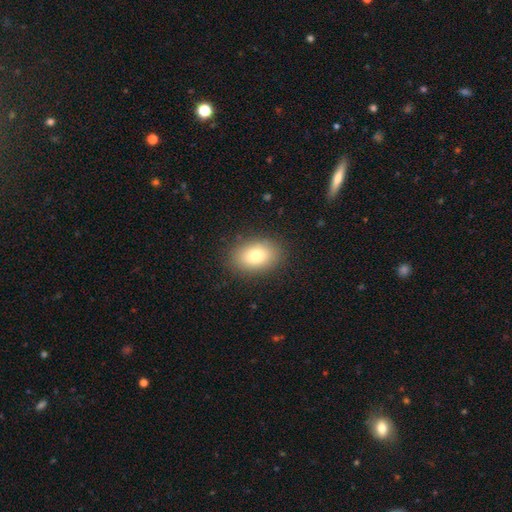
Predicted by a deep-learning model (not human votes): smooth_or_featured: smooth (p=0.80) [alt: featured or disk p=0.11]
how_rounded: in between (p=0.83) [alt: round p=0.16]
merging: none (p=0.87) [alt: minor disturbance p=0.09]